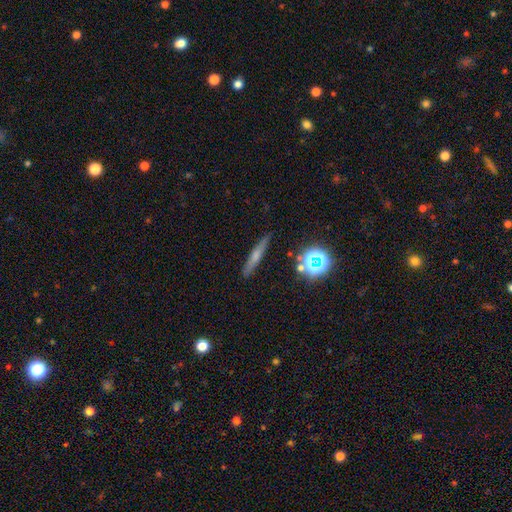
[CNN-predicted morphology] smooth-or-featured: smooth: 49% | featured or disk: 37% | star or artifact: 15%
  merging: none: 87% | minor disturbance: 9% | merger: 2% | major disturbance: 2%